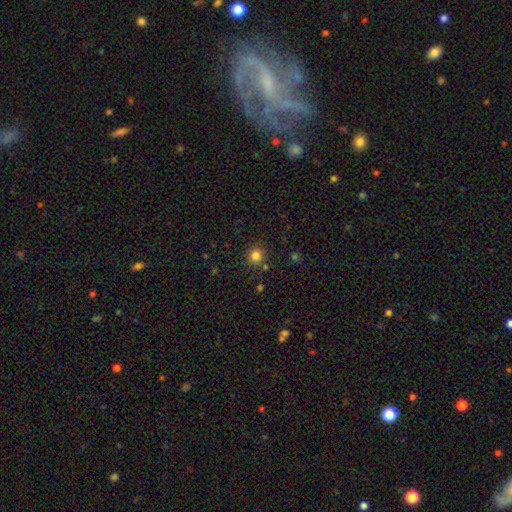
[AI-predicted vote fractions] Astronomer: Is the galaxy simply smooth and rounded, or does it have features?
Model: smooth — 82%.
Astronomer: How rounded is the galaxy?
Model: round — 92%.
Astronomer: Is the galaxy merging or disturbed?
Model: none — 86%.